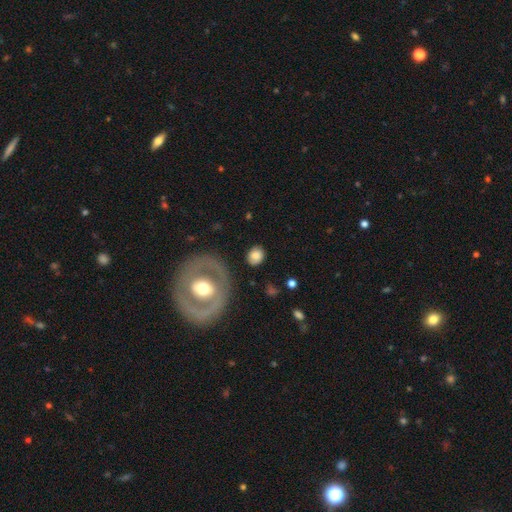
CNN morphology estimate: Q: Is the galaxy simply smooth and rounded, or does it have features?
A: smooth — 75%.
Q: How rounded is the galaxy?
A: round — 60%.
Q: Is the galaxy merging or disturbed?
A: none — 81%.